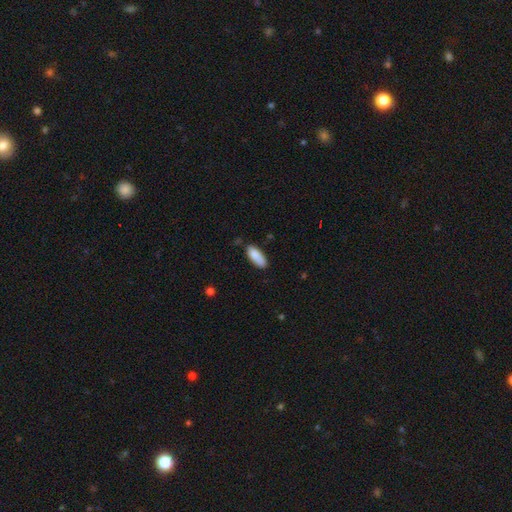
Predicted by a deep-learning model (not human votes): A smooth galaxy with no disk features (88%) that is in between round and cigar-shaped (75%). Merging: none (78%).